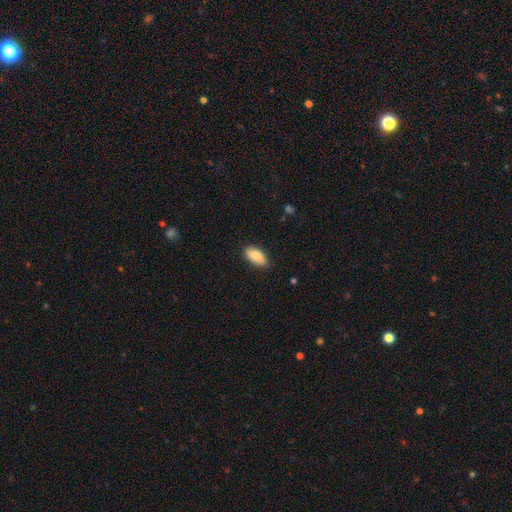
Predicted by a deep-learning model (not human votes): This appears to be a smooth galaxy with no disk features (84%) that is in between round and cigar-shaped (93%). Merging: none (80%).